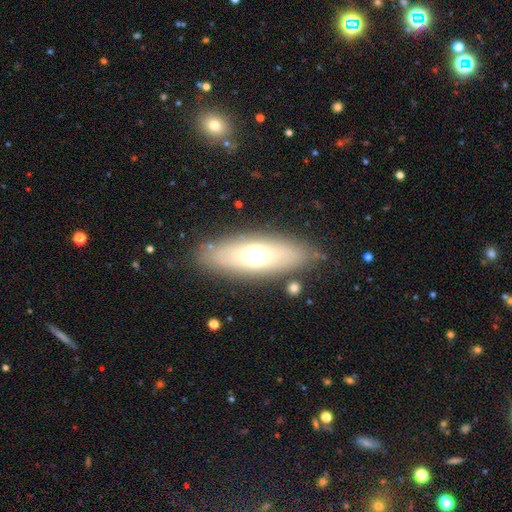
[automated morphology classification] This is possibly a smooth galaxy (58%). How rounded: likely in between (63%). Merging: clearly none (84%).